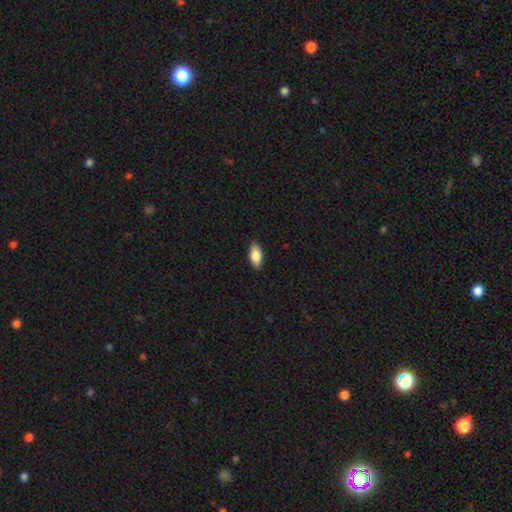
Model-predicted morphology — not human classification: Smooth or featured? smooth (83%)
How rounded? in between (89%)
Merging? none (88%)